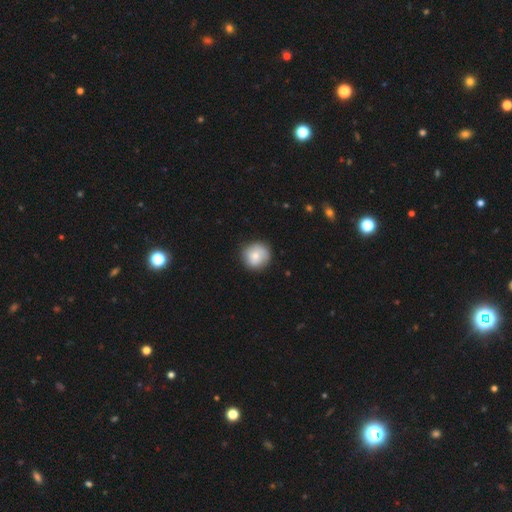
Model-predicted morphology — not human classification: A smooth galaxy with no disk features (74%) that is round (92%).

Vote fractions:
- Smooth or featured? smooth: 74% / featured or disk: 19% / star or artifact: 7%
- How rounded? round: 92% / in between: 7% / cigar-shaped: 1%
- Merging? none: 84% / minor disturbance: 12% / major disturbance: 3% / merger: 1%